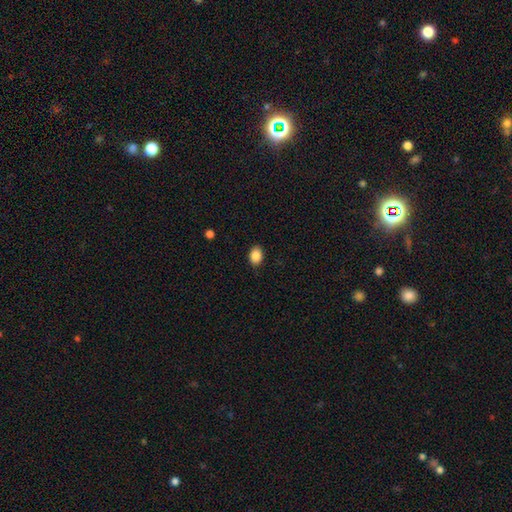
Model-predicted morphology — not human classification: smooth 87%, star or artifact 8%, featured or disk 4%. Down the decision tree: how rounded — in between (73%); merging — none (89%).